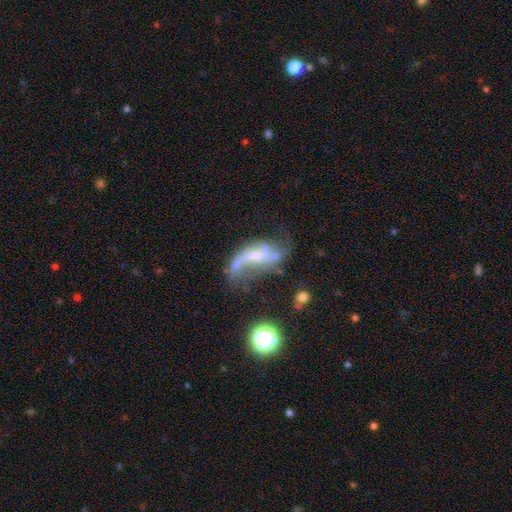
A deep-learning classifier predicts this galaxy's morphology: smooth-or-featured: featured or disk: 77% | smooth: 13% | star or artifact: 10%
  disk-edge-on: no: 93% | yes: 7%
    bar: no: 42% | weak: 40% | strong: 18%
    has-spiral-arms: yes: 83% | no: 17%
      spiral-winding: loose: 81% | medium: 15% | tight: 4%
      spiral-arm-count: 2: 73% | can't tell: 10% | 1: 10% | 3: 4% | 4: 2% | more than 4: 2%
    bulge-size: small: 49% | moderate: 31% | none: 16% | large: 3% | dominant: 1%
  merging: none: 37% | major disturbance: 29% | minor disturbance: 21% | merger: 12%